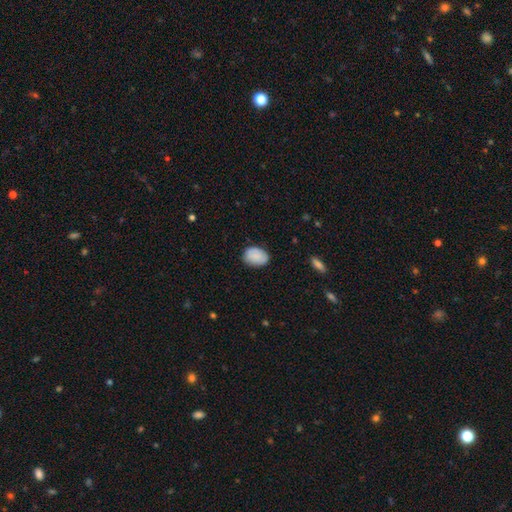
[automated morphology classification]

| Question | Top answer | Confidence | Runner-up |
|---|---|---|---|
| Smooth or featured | smooth | 83% | featured or disk (9%) |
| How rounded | in between | 76% | round (23%) |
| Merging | none | 80% | minor disturbance (16%) |